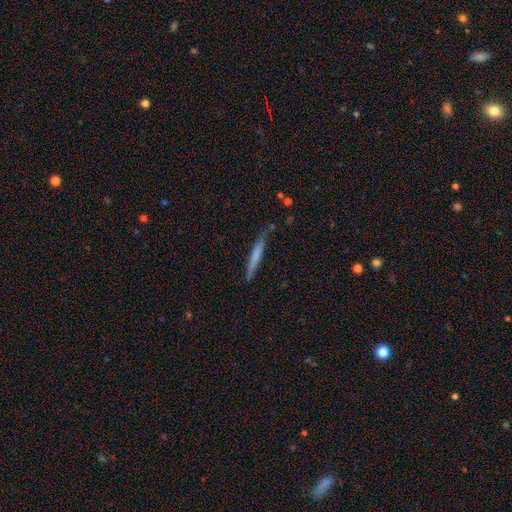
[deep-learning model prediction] smooth 62%, featured or disk 32%, star or artifact 6%. Down the decision tree: how rounded — cigar-shaped (96%); merging — none (80%).